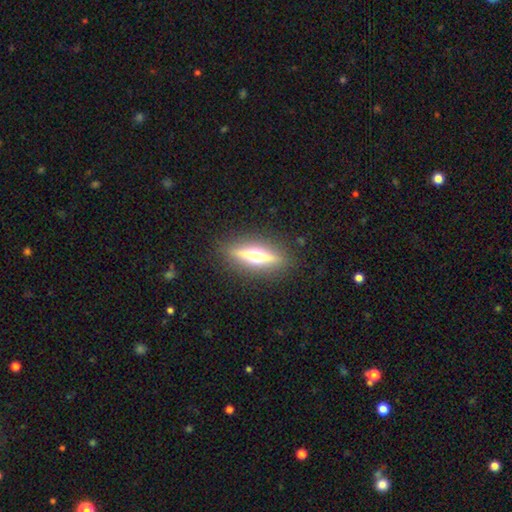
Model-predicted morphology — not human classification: Smooth or featured? Predicted: featured or disk (p=0.67). Edge-on disk? Predicted: yes (p=0.92). Edge-on bulge? Predicted: rounded (p=0.95). Merging? Predicted: none (p=0.89).